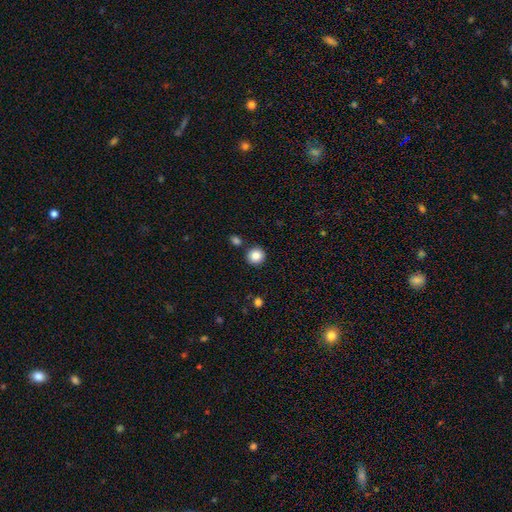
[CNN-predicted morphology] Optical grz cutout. It shows a smooth galaxy with no disk features (87%) that is round (93%). Merging: none (86%).